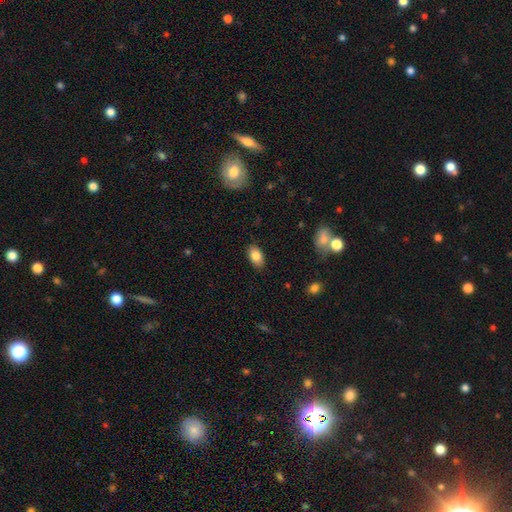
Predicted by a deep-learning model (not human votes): This is clearly a smooth galaxy (83%). How rounded: clearly in between (91%). Merging: clearly none (85%).